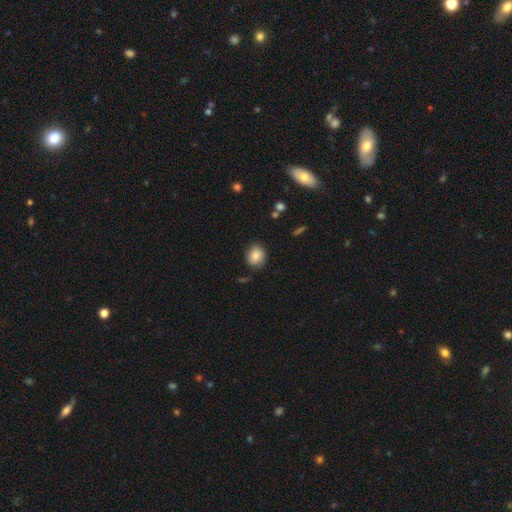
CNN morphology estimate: A smooth galaxy with no disk features (84%) that is round (59%). Merging: none (77%).